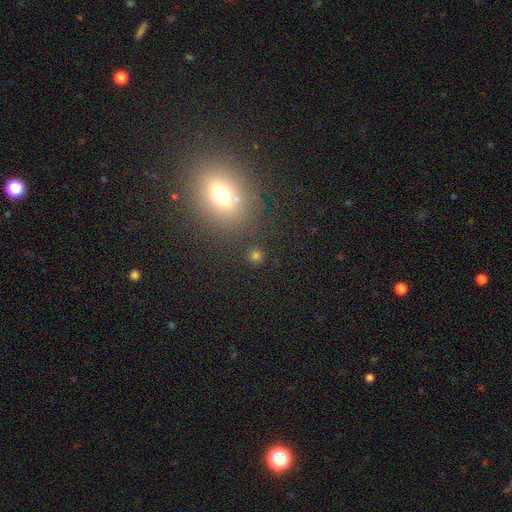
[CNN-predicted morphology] A smooth galaxy with no disk features (72%) that is round (88%). Merging: none (82%).